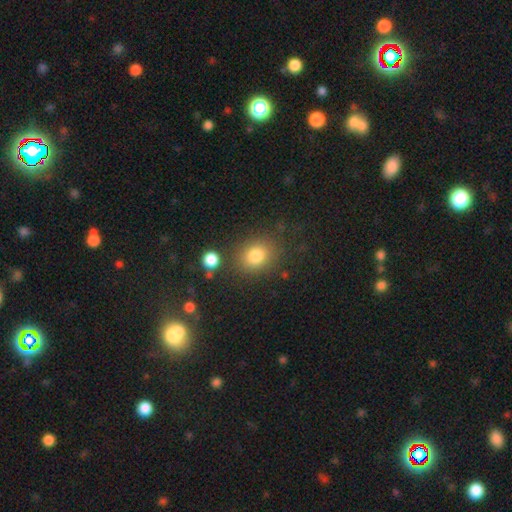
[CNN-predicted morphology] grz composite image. It shows a smooth galaxy with no disk features (81%) that is round (58%). Merging: none (79%).